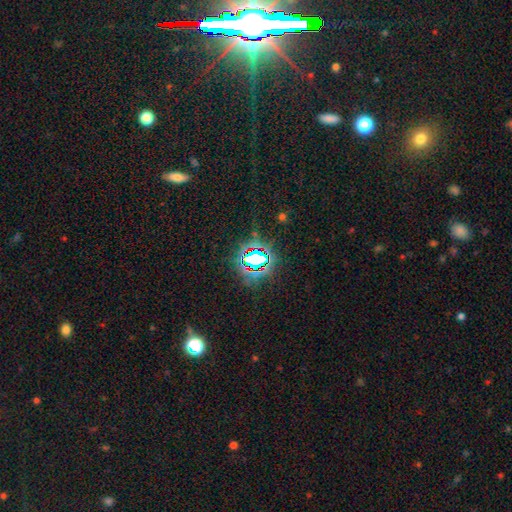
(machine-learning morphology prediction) The model was most divided on "smooth or featured": star or artifact: 74%, smooth: 16%, featured or disk: 10%.